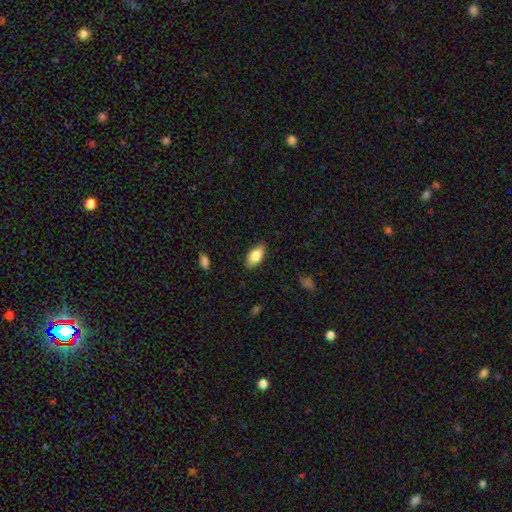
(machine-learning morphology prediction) Overall: smooth (79%). How rounded: in between (89%). Merging: none (86%).